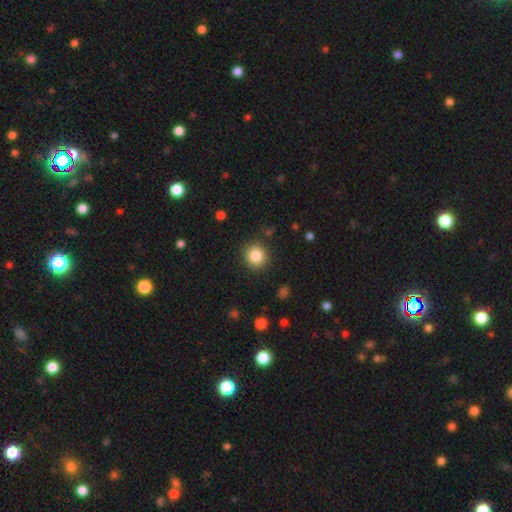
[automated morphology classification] Smooth or featured? smooth (85%)
How rounded? round (89%)
Merging? none (89%)